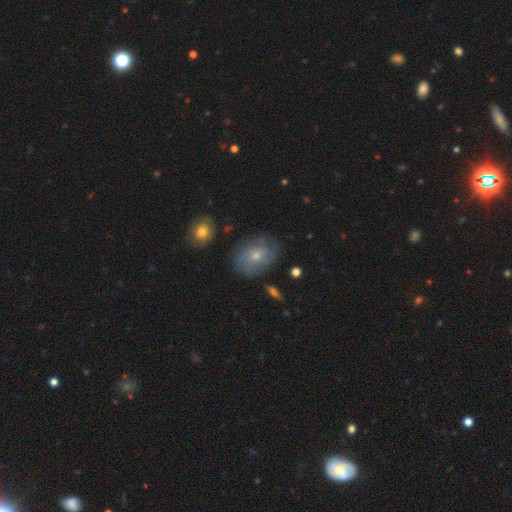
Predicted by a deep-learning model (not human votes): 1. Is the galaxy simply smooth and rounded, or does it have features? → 51% smooth, 40% featured or disk, 9% star or artifact.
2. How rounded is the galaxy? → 66% in between, 32% round, 1% cigar-shaped.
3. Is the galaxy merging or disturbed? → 70% none, 21% minor disturbance, 7% major disturbance, 2% merger.